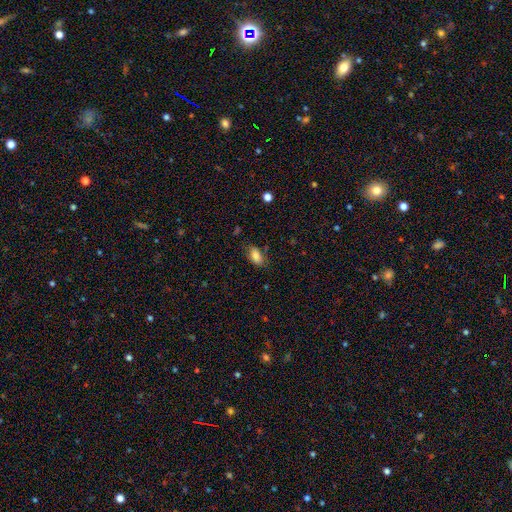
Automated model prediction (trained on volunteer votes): Q: Smooth or featured?
A: smooth (81%); runner-up: featured or disk (10%)
Q: How rounded?
A: in between (91%); runner-up: round (5%)
Q: Merging?
A: none (75%); runner-up: minor disturbance (19%)